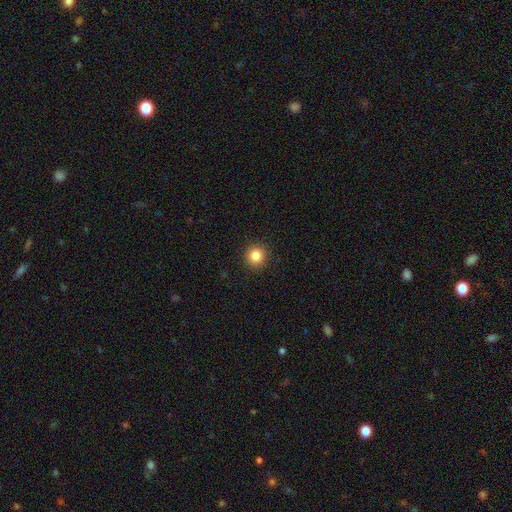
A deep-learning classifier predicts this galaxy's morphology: smooth-or-featured: smooth: 84% | star or artifact: 11% | featured or disk: 5%
  how-rounded: round: 93% | in between: 6% | cigar-shaped: 1%
  merging: none: 92% | minor disturbance: 5% | major disturbance: 2% | merger: 1%